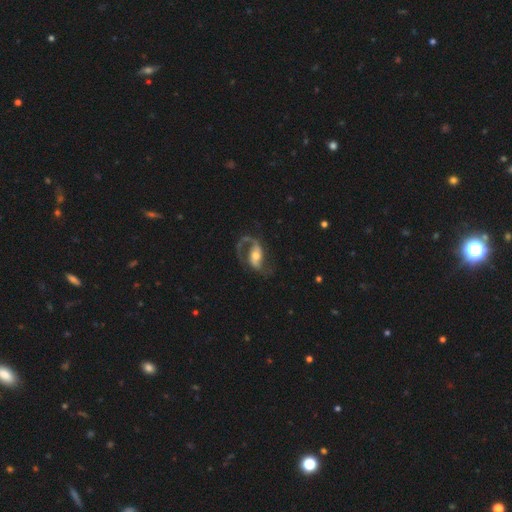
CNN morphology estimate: This is clearly a featured or disk galaxy (85%). It is clearly not viewed edge-on (97%). Bar: marginally weak (36%). Spiral arm pattern: clearly yes (93%). Spiral arm count: likely 2 (75%). Spiral winding: marginally medium (45%). Central bulge: likely moderate (64%). Merging: possibly none (59%).